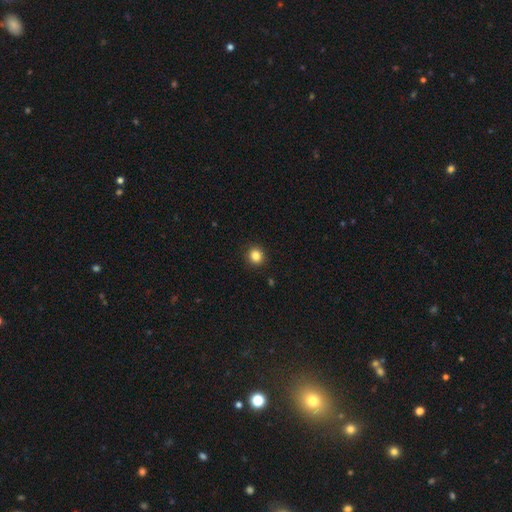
Smooth or featured? 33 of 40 (82%) said smooth. How rounded? 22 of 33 (67%) said round. Merging? 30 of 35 (86%) said none.